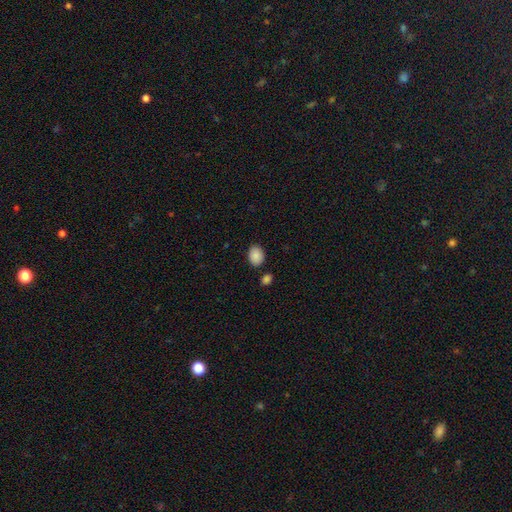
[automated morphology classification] This appears to be a smooth galaxy with no disk features (89%) that is in between round and cigar-shaped (75%). Merging: none (82%).